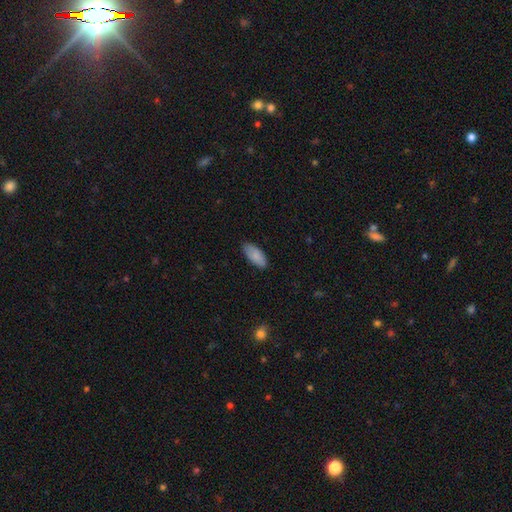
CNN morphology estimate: smooth_or_featured: smooth (p=0.86) [alt: featured or disk p=0.08]
how_rounded: in between (p=0.89) [alt: cigar-shaped p=0.09]
merging: none (p=0.84) [alt: minor disturbance p=0.13]